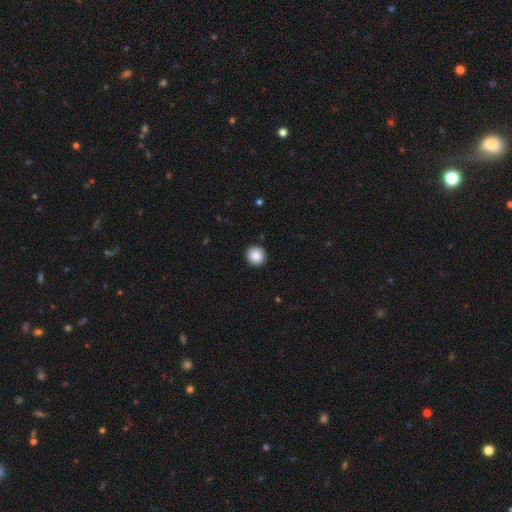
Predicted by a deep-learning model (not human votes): Smooth or featured: smooth — 88% (star or artifact — 8%)
How rounded: round — 92% (in between — 7%)
Merging: none — 90% (minor disturbance — 7%)